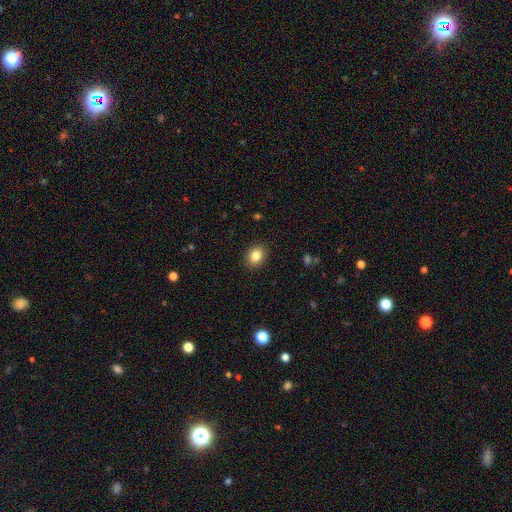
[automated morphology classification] This is clearly a smooth galaxy (84%). How rounded: possibly round (51%). Merging: clearly none (90%).